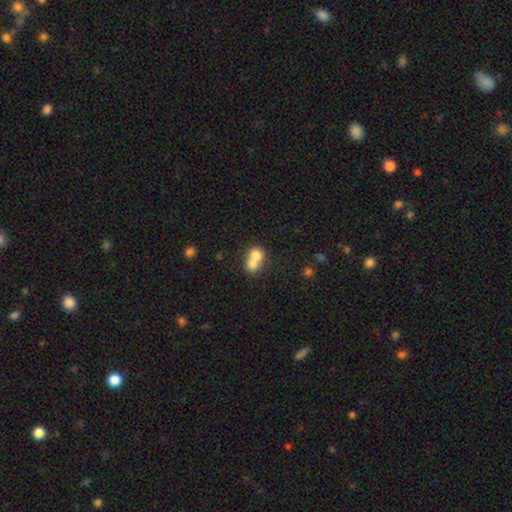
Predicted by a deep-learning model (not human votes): smooth 73%, featured or disk 17%, star or artifact 10%. Down the decision tree: how rounded — round (74%); merging — merger (71%).